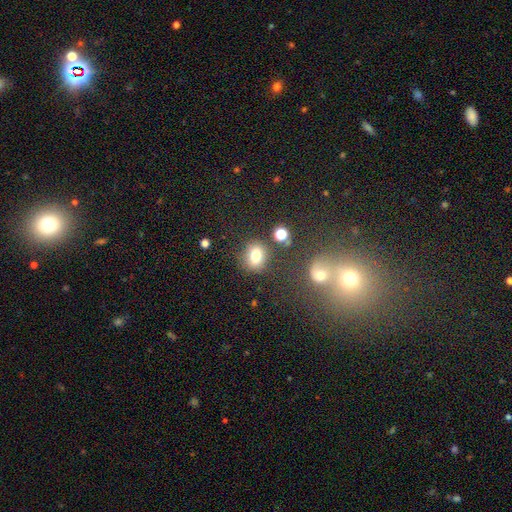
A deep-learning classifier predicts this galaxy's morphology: Smooth or featured? smooth (77%)
How rounded? round (53%)
Merging? none (74%)